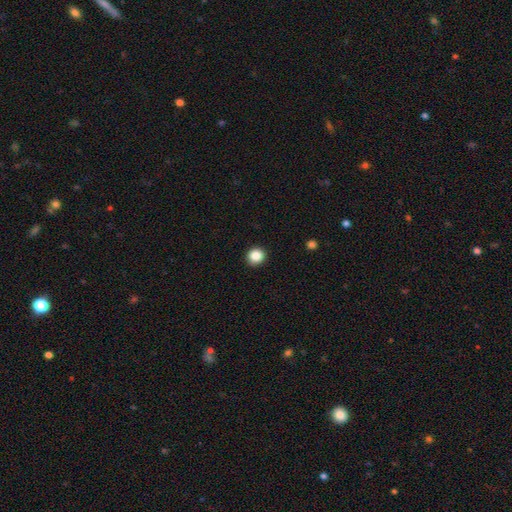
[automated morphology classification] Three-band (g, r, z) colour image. It shows a smooth galaxy with no disk features (87%) that is round (91%). Merging: none (92%).